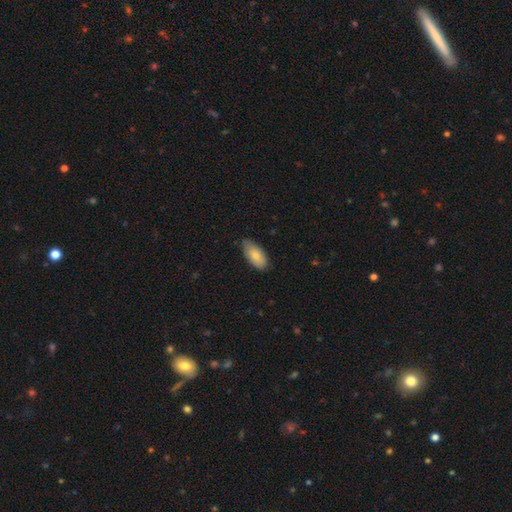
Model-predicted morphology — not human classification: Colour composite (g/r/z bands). It shows a smooth galaxy with no disk features (79%) that is in between round and cigar-shaped (92%). Merging: none (70%).